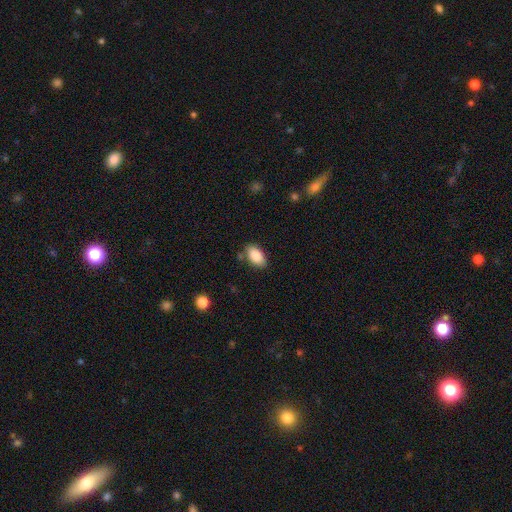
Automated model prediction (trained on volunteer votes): Smooth or featured?
  - smooth: 88% *
  - star or artifact: 7%
  - featured or disk: 5%
How rounded?
  - in between: 93% *
  - round: 5%
  - cigar-shaped: 2%
Merging?
  - none: 80% *
  - minor disturbance: 14%
  - merger: 3%
  - major disturbance: 3%